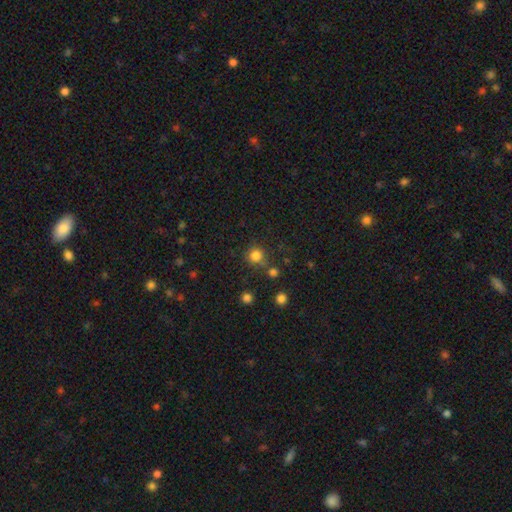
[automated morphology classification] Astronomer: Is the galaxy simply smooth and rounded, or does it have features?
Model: smooth — 81%.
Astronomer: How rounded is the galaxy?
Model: round — 92%.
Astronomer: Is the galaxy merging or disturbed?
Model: none — 76%.